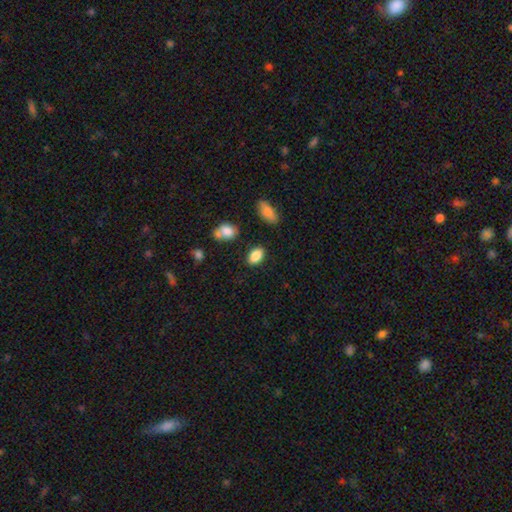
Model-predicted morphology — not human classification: The model was most divided on "merging": none: 83%, minor disturbance: 11%, merger: 3%, major disturbance: 3%. More confident: how rounded — in between (87%); smooth or featured — smooth (86%).